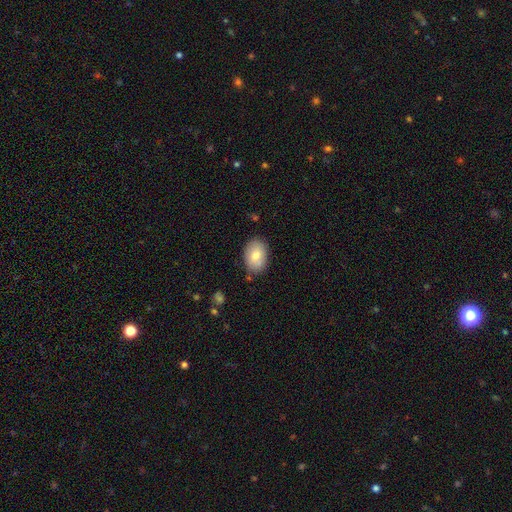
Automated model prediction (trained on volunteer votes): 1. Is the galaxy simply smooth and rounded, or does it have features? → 79% smooth, 14% featured or disk, 7% star or artifact.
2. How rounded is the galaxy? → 85% in between, 14% round, 1% cigar-shaped.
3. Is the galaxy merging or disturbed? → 82% none, 13% minor disturbance, 3% major disturbance, 2% merger.